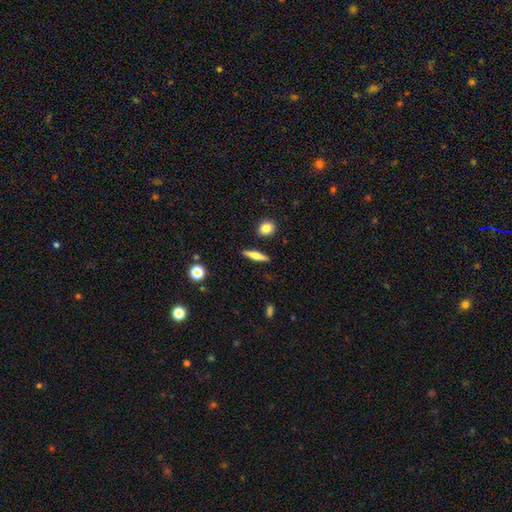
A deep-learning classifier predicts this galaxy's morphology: This appears to be a smooth galaxy with no disk features (57%) that is cigar-shaped (74%). Merging: none (87%).